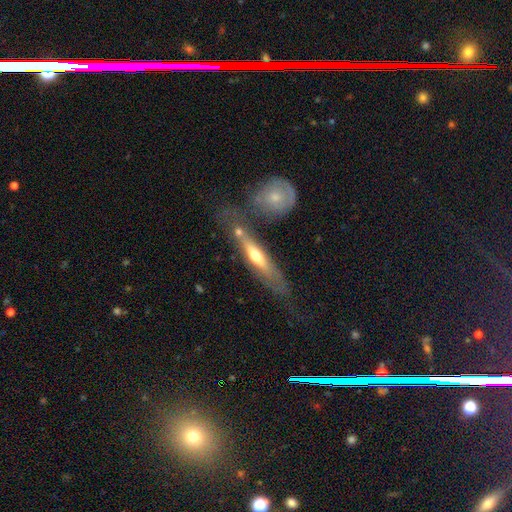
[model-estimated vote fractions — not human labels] Smooth or featured? Predicted: featured or disk (p=0.54). Edge-on disk? Predicted: yes (p=0.75). Merging? Predicted: none (p=0.60).